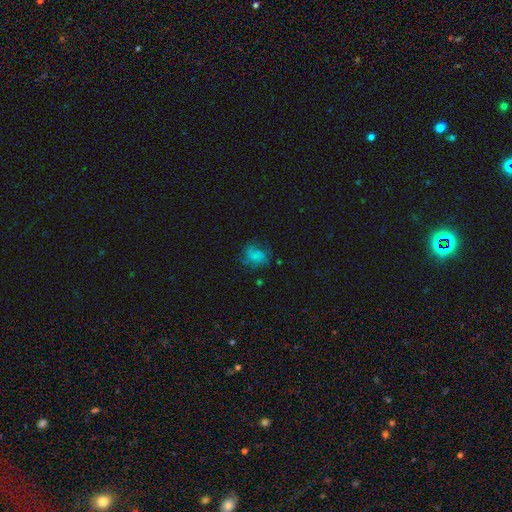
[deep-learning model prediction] Smooth or featured?
  - smooth: 49% *
  - featured or disk: 37%
  - star or artifact: 14%
Merging?
  - none: 55% *
  - minor disturbance: 23%
  - major disturbance: 20%
  - merger: 2%